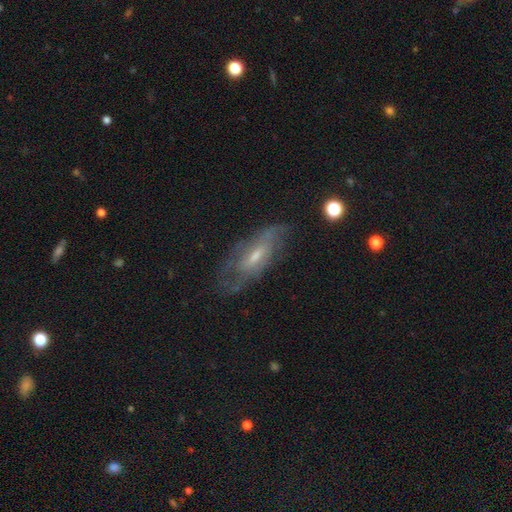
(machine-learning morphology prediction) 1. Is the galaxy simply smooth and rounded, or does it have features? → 68% featured or disk, 24% smooth, 8% star or artifact.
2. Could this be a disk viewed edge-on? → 82% no, 18% yes.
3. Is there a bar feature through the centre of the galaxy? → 48% weak, 36% no, 16% strong.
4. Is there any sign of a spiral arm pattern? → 75% yes, 25% no.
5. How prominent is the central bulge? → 47% small, 43% moderate, 5% none, 3% large, 1% dominant.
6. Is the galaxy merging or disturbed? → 62% none, 23% minor disturbance, 13% major disturbance, 2% merger.